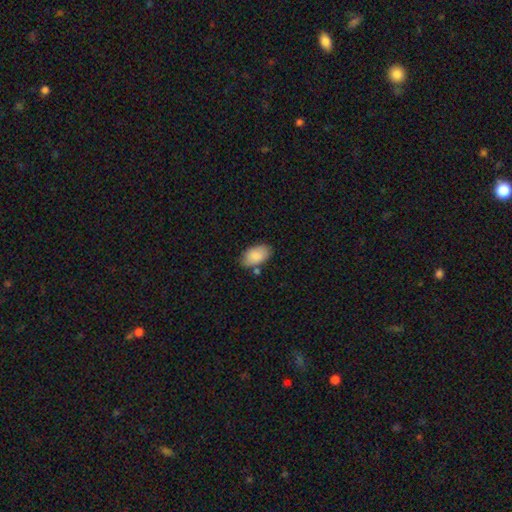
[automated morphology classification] Overall: smooth (88%). How rounded: in between (93%). Merging: none (73%).